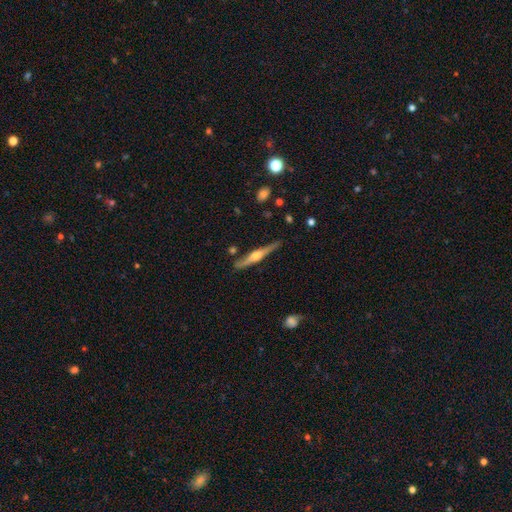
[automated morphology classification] Overall: featured or disk (74%). Edge-on disk: yes (98%). Edge-on bulge: rounded (88%). Merging: none (84%).